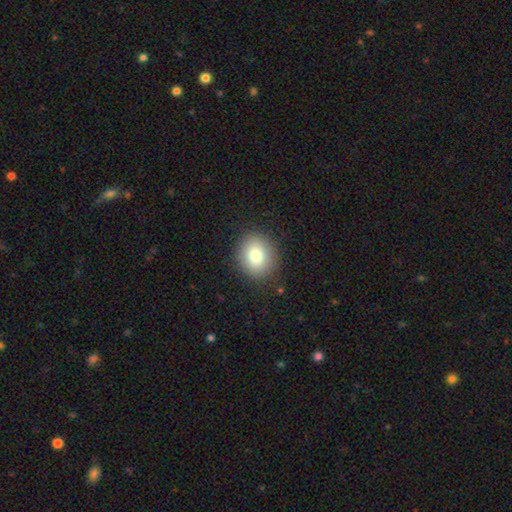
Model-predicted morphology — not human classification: The model was most divided on "how rounded": round: 77%, in between: 22%, cigar-shaped: 1%. More confident: merging — none (88%); smooth or featured — smooth (79%).